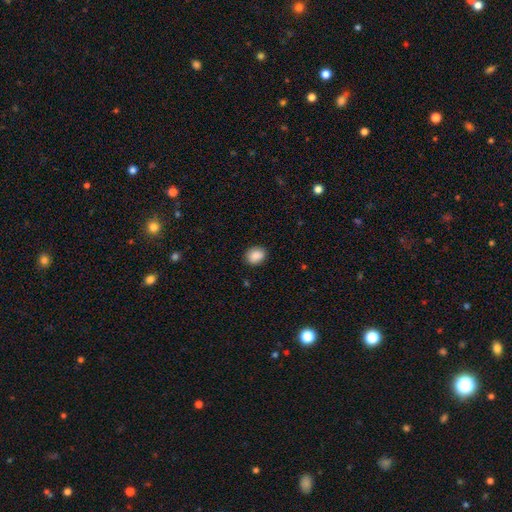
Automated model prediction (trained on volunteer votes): Smooth or featured?
  - smooth: 89% *
  - star or artifact: 8%
  - featured or disk: 4%
How rounded?
  - round: 52% *
  - in between: 47%
  - cigar-shaped: 1%
Merging?
  - none: 87% *
  - minor disturbance: 9%
  - major disturbance: 2%
  - merger: 1%